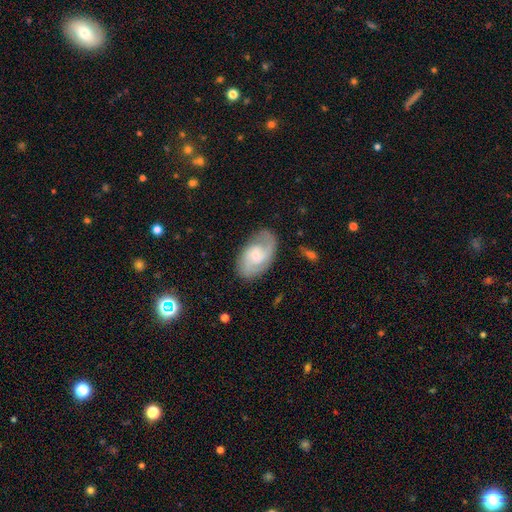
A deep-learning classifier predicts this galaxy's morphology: This appears to be a featured or disk galaxy (76%) with no bar (54%), 2 (70%) medium (49%) spiral arms (94%) and a small central bulge (61%). Merging: none (74%).